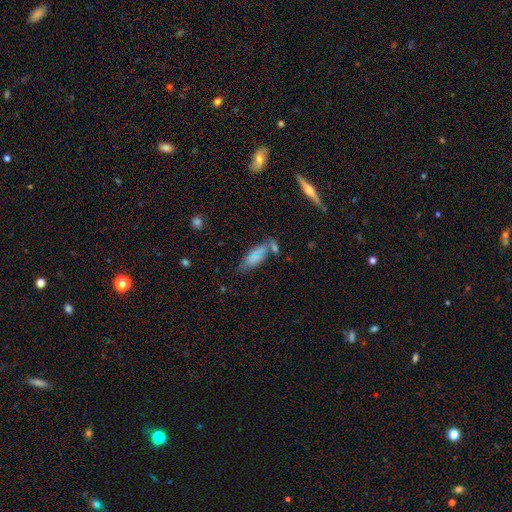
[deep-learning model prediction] Morphology: type=smooth (71%); roundness=in between (71%); merging=none (48%).